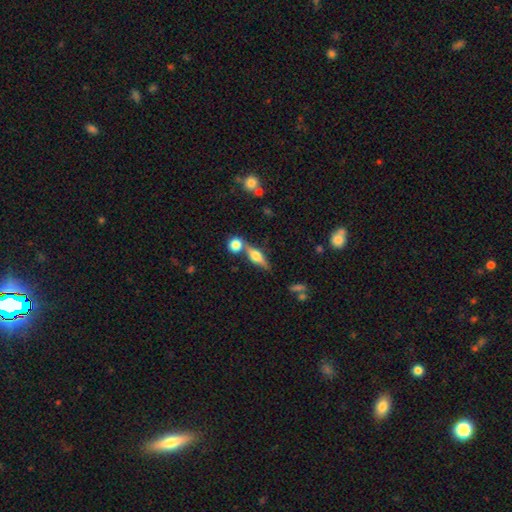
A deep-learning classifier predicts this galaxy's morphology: smooth-or-featured: featured or disk: 57% | smooth: 34% | star or artifact: 9%
  disk-edge-on: yes: 93% | no: 7%
    edge-on-bulge: rounded: 92% | boxy: 6% | none: 2%
  merging: none: 64% | merger: 22% | minor disturbance: 10% | major disturbance: 4%